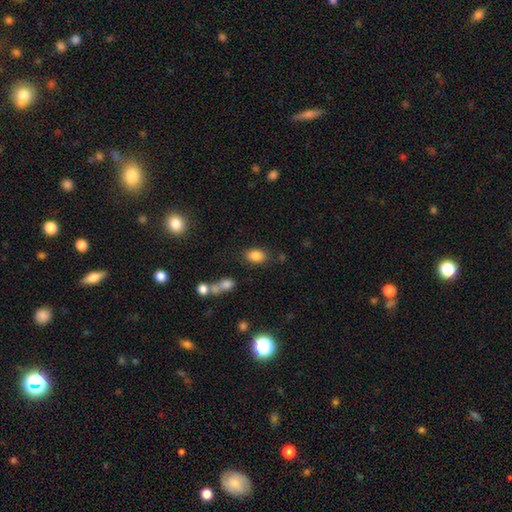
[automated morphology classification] The model was most divided on "merging": none: 76%, minor disturbance: 13%, merger: 6%, major disturbance: 5%. More confident: smooth or featured — smooth (84%); how rounded — in between (82%).